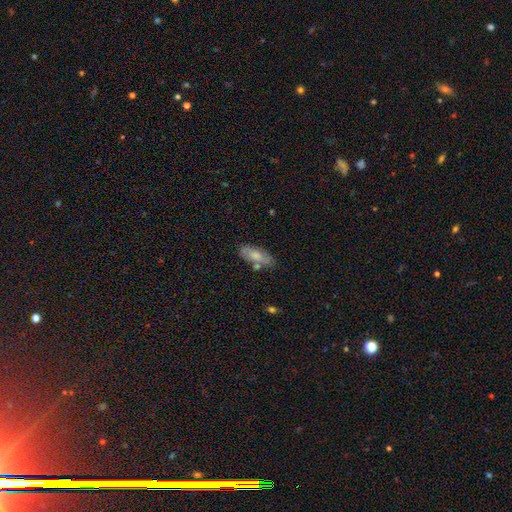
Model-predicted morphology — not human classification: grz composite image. It shows a smooth galaxy with no disk features (70%) that is in between round and cigar-shaped (76%). Merging: none (68%).